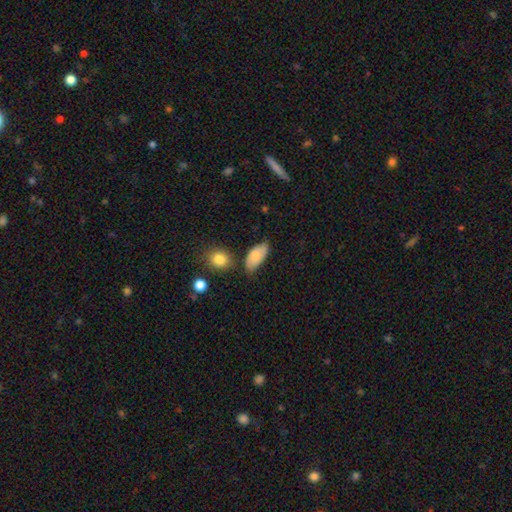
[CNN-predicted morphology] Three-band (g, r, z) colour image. It shows a smooth galaxy with no disk features (81%) that is in between round and cigar-shaped (92%). Merging: none (65%).